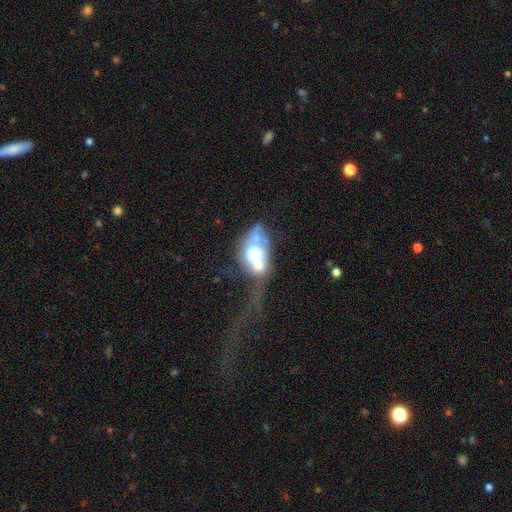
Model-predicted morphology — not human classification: Q: Smooth or featured?
A: smooth (46%); runner-up: featured or disk (44%)
Q: Merging?
A: merger (57%); runner-up: major disturbance (21%)